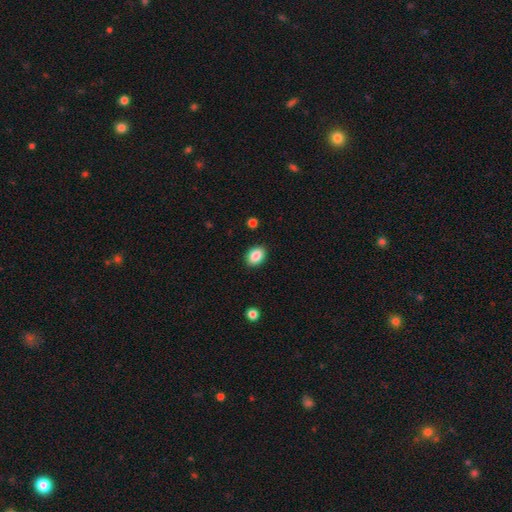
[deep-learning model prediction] This is clearly a smooth galaxy (88%). How rounded: likely in between (77%). Merging: clearly none (89%).